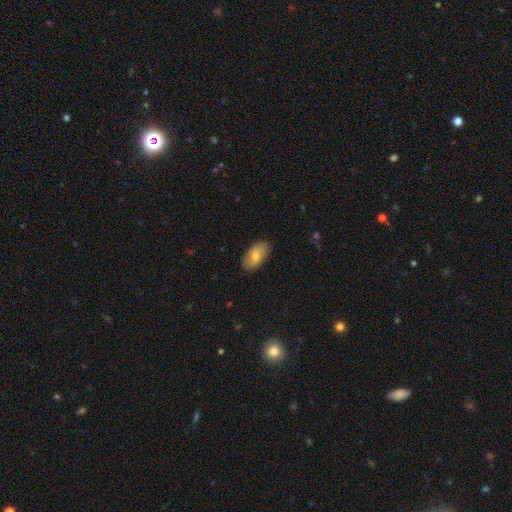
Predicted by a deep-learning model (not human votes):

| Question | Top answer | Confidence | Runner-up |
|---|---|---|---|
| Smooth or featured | smooth | 69% | featured or disk (25%) |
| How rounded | in between | 94% | round (3%) |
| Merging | none | 84% | minor disturbance (12%) |